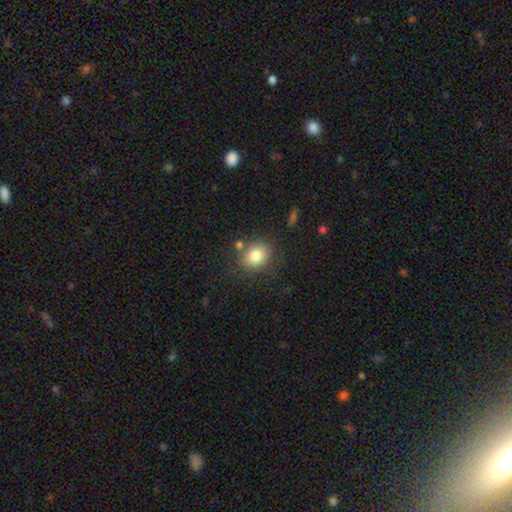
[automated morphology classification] smooth_or_featured: smooth (p=0.82) [alt: star or artifact p=0.10]
how_rounded: round (p=0.61) [alt: in between p=0.38]
merging: none (p=0.76) [alt: minor disturbance p=0.13]